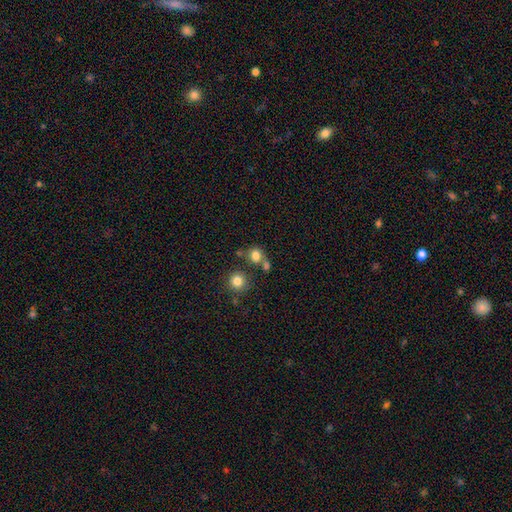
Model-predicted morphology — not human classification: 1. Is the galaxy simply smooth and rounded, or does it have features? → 79% smooth, 13% star or artifact, 8% featured or disk.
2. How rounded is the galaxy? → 73% round, 26% in between, 1% cigar-shaped.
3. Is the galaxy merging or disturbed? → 55% none, 27% merger, 12% minor disturbance, 5% major disturbance.